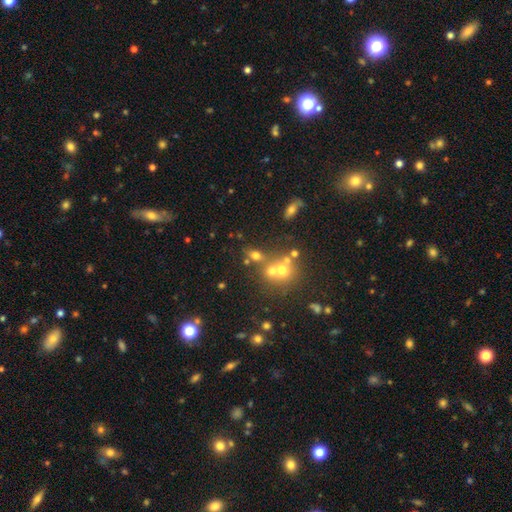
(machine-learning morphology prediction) A smooth galaxy with no disk features (60%) that is round (48%, tied with in between). Merging: none (47%).